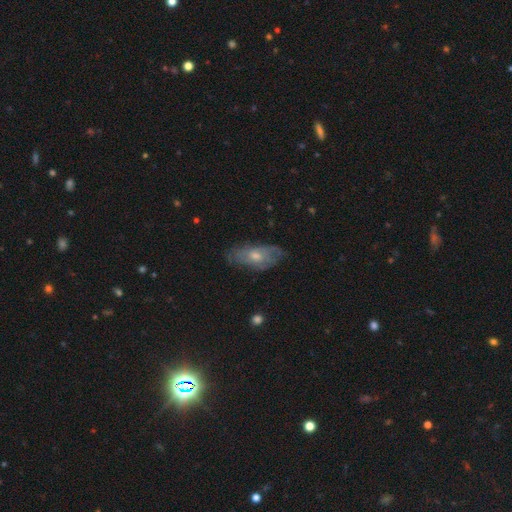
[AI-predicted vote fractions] Morphology: type=featured or disk (57%); edge-on=no (83%); merging=none (73%).